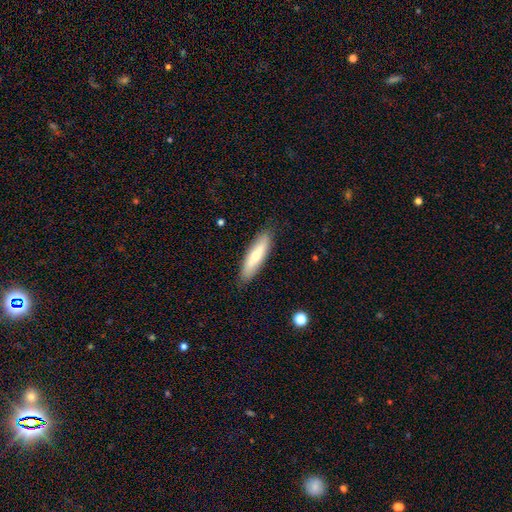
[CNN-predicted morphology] A smooth galaxy with no disk features (63%) that is cigar-shaped (65%).

Vote fractions:
- Smooth or featured? smooth: 63% / featured or disk: 31% / star or artifact: 6%
- How rounded? cigar-shaped: 65% / in between: 33% / round: 2%
- Merging? none: 86% / minor disturbance: 11% / major disturbance: 2% / merger: 1%